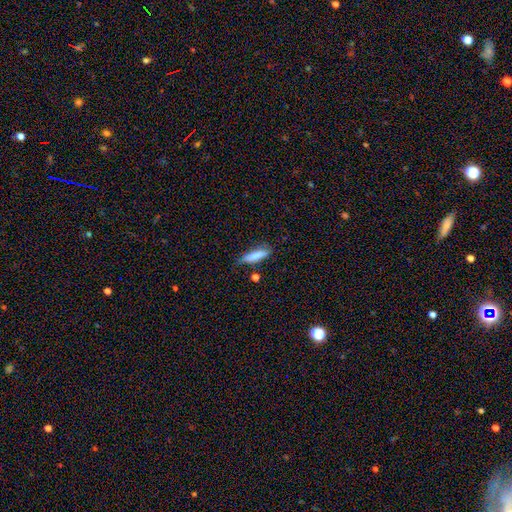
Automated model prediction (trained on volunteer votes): Smooth or featured? smooth (82%)
How rounded? cigar-shaped (69%)
Merging? none (71%)